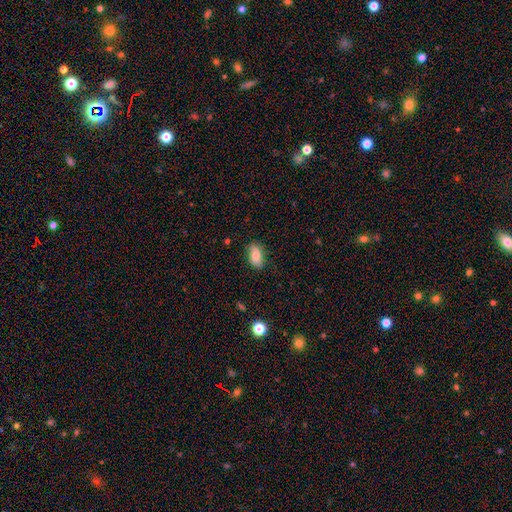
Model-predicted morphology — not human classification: Smooth or featured?
  - smooth: 78% *
  - featured or disk: 15%
  - star or artifact: 8%
How rounded?
  - in between: 91% *
  - round: 5%
  - cigar-shaped: 4%
Merging?
  - none: 80% *
  - minor disturbance: 16%
  - major disturbance: 3%
  - merger: 1%